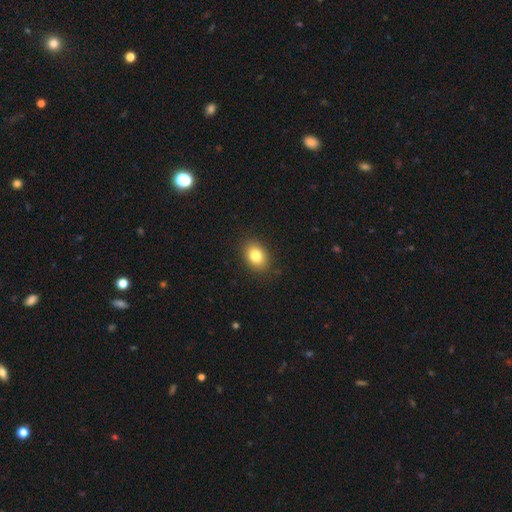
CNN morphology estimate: type=smooth (81%); roundness=in between (68%); merging=none (89%).